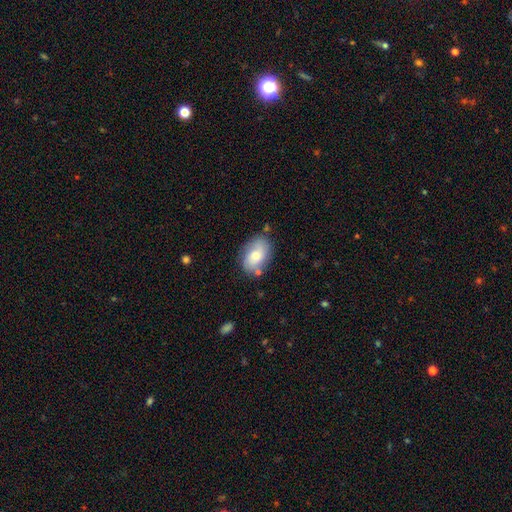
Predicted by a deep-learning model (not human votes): Smooth or featured: smooth — 66% (featured or disk — 27%)
How rounded: in between — 86% (round — 12%)
Merging: none — 72% (minor disturbance — 19%)